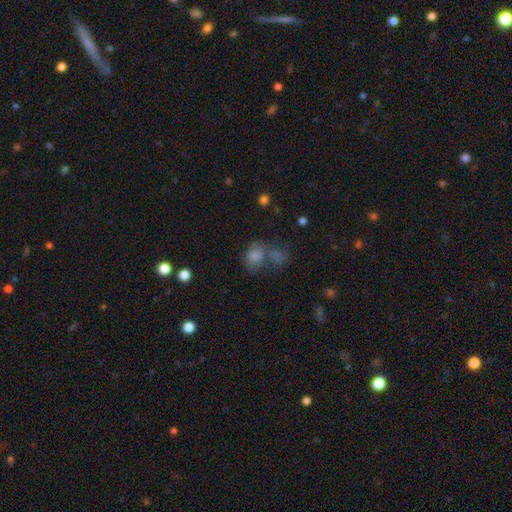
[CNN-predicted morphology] A smooth galaxy with no disk features (75%) that is in between round and cigar-shaped (52%).

Vote fractions:
- Smooth or featured? smooth: 75% / featured or disk: 13% / star or artifact: 12%
- How rounded? in between: 52% / round: 47% / cigar-shaped: 1%
- Merging? merger: 46% / none: 26% / major disturbance: 14% / minor disturbance: 13%